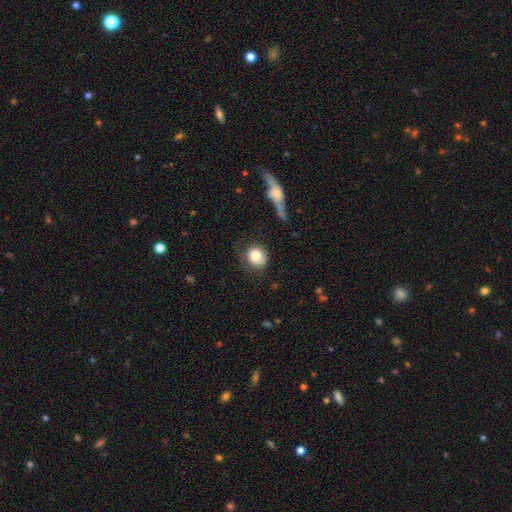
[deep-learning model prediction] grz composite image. It shows a smooth galaxy with no disk features (84%) that is round (70%). Merging: none (58%).